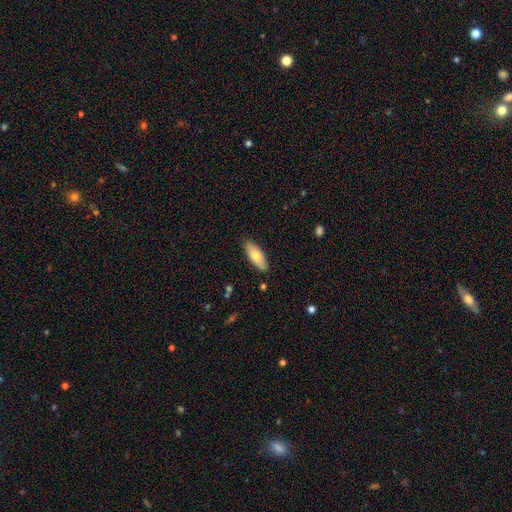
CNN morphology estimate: Q: Smooth or featured?
A: smooth (69%); runner-up: featured or disk (25%)
Q: How rounded?
A: in between (71%); runner-up: cigar-shaped (27%)
Q: Merging?
A: none (87%); runner-up: minor disturbance (10%)